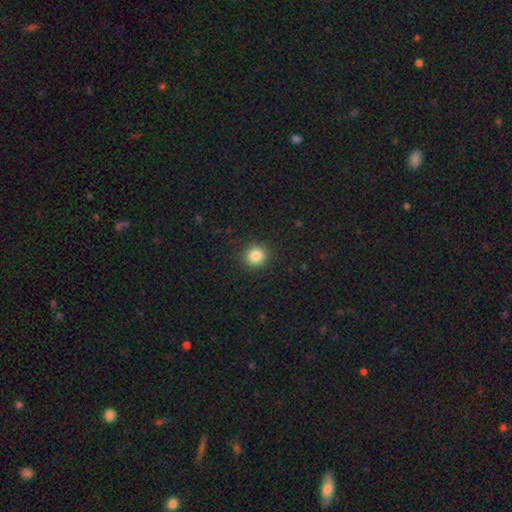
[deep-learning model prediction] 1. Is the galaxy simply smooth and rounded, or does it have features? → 84% smooth, 11% star or artifact, 5% featured or disk.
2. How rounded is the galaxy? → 90% round, 9% in between, 1% cigar-shaped.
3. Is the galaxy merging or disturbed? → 91% none, 6% minor disturbance, 2% major disturbance, 1% merger.